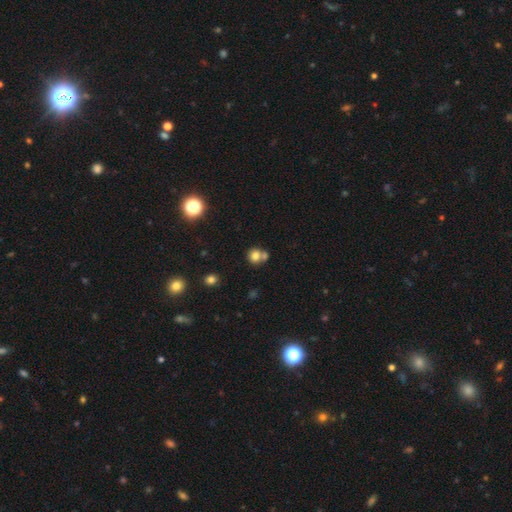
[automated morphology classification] Q: Smooth or featured?
A: smooth (78%); runner-up: star or artifact (12%)
Q: How rounded?
A: round (87%); runner-up: in between (12%)
Q: Merging?
A: none (49%); runner-up: merger (39%)